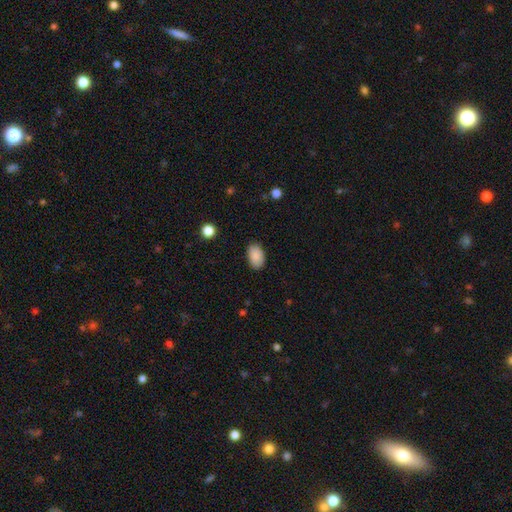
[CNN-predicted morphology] Smooth or featured: smooth — 89% (star or artifact — 7%)
How rounded: in between — 91% (round — 8%)
Merging: none — 87% (minor disturbance — 10%)